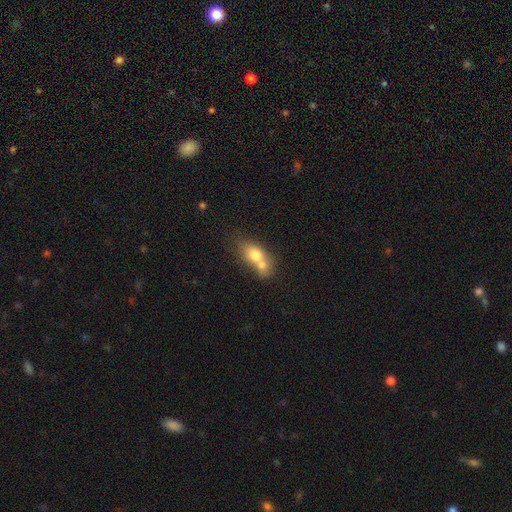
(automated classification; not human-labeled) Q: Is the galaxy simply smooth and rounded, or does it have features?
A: smooth — 69%.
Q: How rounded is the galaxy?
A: in between — 64%.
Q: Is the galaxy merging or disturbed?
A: merger — 66%.